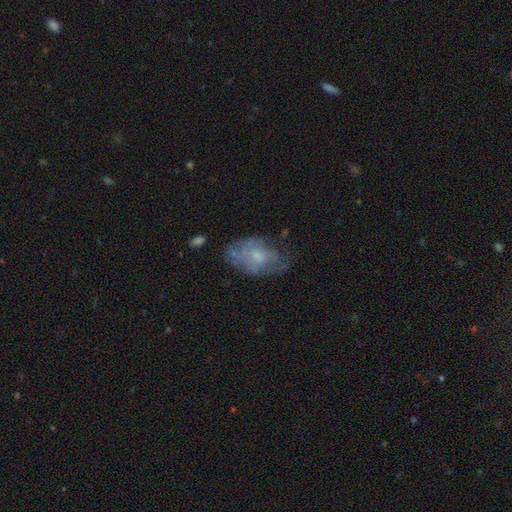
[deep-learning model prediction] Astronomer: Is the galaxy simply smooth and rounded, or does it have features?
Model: featured or disk — 47% (runner-up: smooth, 44%).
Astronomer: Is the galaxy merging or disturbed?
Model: none — 48% (runner-up: minor disturbance, 30%).